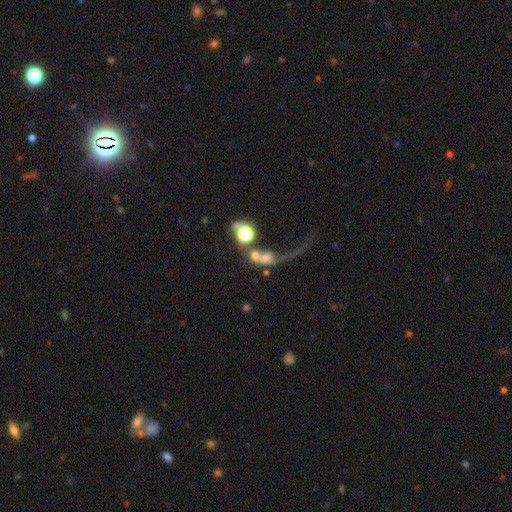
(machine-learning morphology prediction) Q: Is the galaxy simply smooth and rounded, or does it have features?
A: smooth — 48%.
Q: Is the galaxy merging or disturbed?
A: merger — 52%.